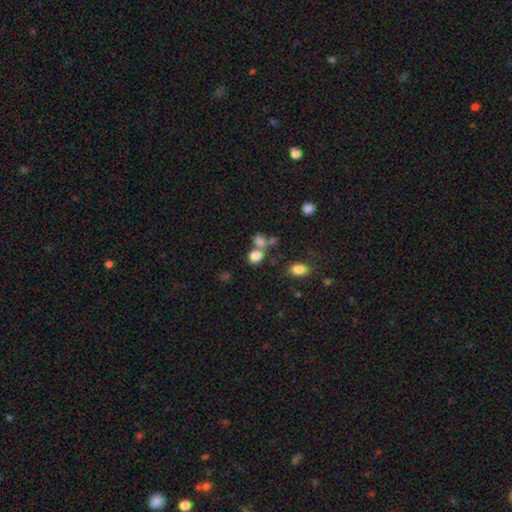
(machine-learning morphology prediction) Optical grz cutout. It shows a smooth galaxy with no disk features (81%) that is round (57%). Merging: none (43%).